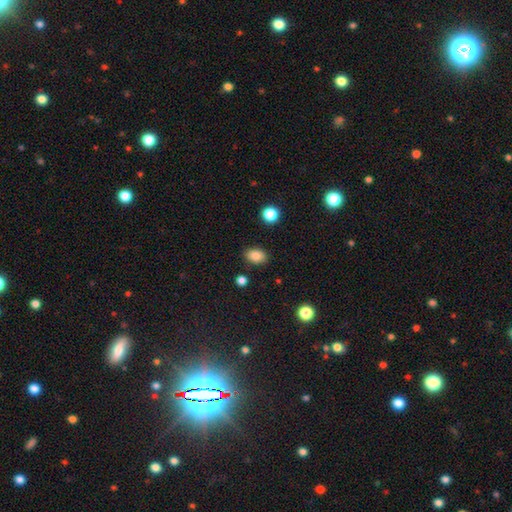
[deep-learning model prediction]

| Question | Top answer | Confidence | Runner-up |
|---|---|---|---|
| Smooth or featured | smooth | 85% | star or artifact (9%) |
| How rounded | in between | 80% | round (19%) |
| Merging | none | 86% | minor disturbance (10%) |